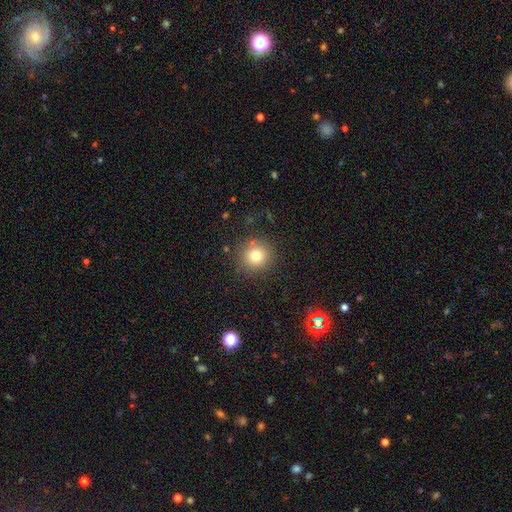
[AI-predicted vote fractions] Smooth or featured?
  - smooth: 78% *
  - star or artifact: 13%
  - featured or disk: 9%
How rounded?
  - round: 93% *
  - in between: 6%
  - cigar-shaped: 1%
Merging?
  - none: 86% *
  - minor disturbance: 8%
  - major disturbance: 3%
  - merger: 3%